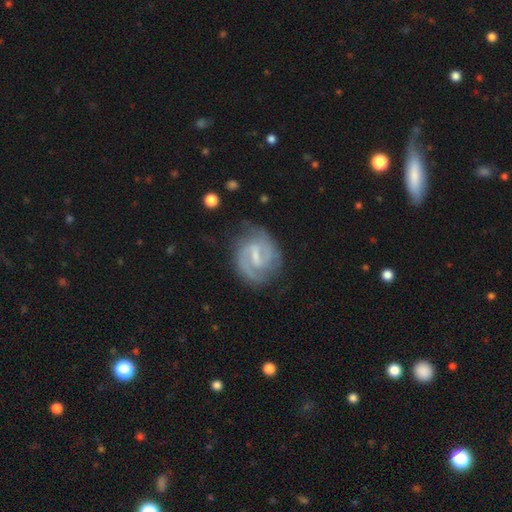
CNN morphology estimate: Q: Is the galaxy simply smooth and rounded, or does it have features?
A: featured or disk — 86%.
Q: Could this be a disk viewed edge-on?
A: no — 97%.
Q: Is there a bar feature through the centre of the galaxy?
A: weak — 51%.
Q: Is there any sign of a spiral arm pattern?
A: yes — 96%.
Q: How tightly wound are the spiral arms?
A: medium — 47%.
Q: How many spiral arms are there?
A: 2 — 83%.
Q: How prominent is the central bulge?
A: small — 46%.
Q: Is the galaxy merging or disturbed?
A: none — 72%.